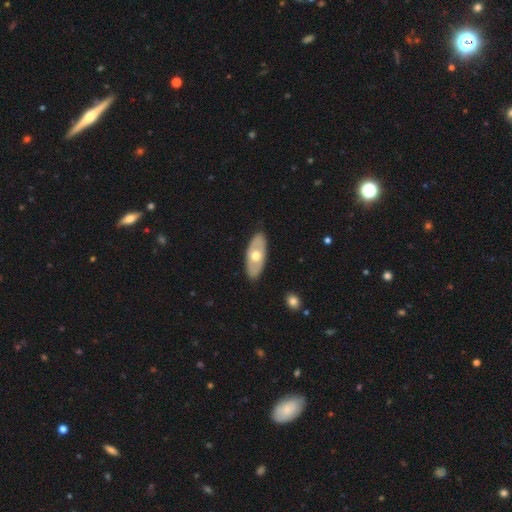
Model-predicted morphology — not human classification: Smooth or featured: featured or disk — 48% (tied with smooth — 48%)
Merging: none — 87% (minor disturbance — 10%)